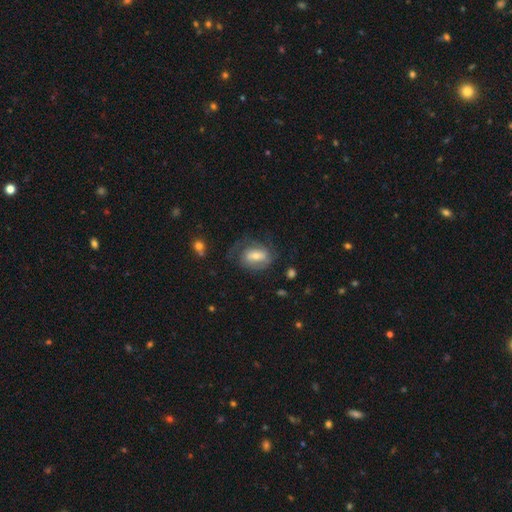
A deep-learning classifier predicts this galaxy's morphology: Overall: featured or disk (58%; smooth 33%). Edge-on disk: no (95%). Bar: weak (43%; no 31%). Spiral arms: yes (75%). Bulge size: moderate (53%; small 36%). Merging: none (54%; minor disturbance 22%).